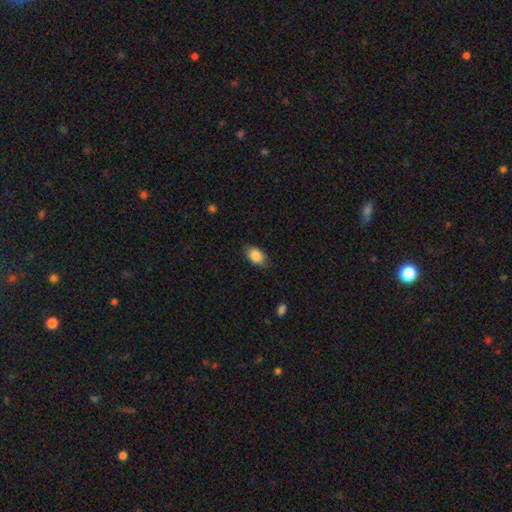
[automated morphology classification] smooth-or-featured: smooth: 89% | star or artifact: 7% | featured or disk: 4%
  how-rounded: in between: 89% | round: 9% | cigar-shaped: 2%
  merging: none: 82% | minor disturbance: 14% | major disturbance: 3% | merger: 1%